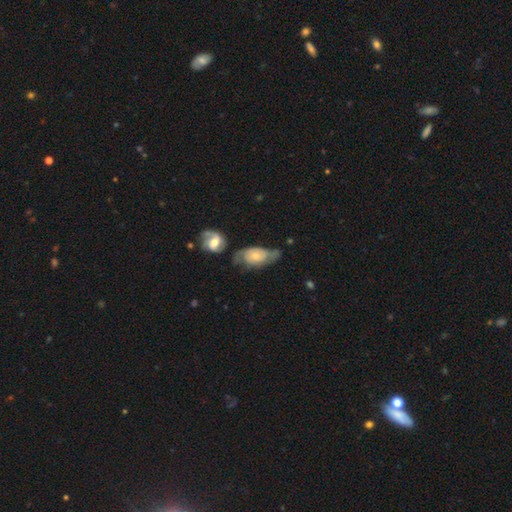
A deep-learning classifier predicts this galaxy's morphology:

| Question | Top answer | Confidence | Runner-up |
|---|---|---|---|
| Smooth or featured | featured or disk | 51% | smooth (43%) |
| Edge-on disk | no | 89% | yes (11%) |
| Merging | none | 32% | minor disturbance (31%) |